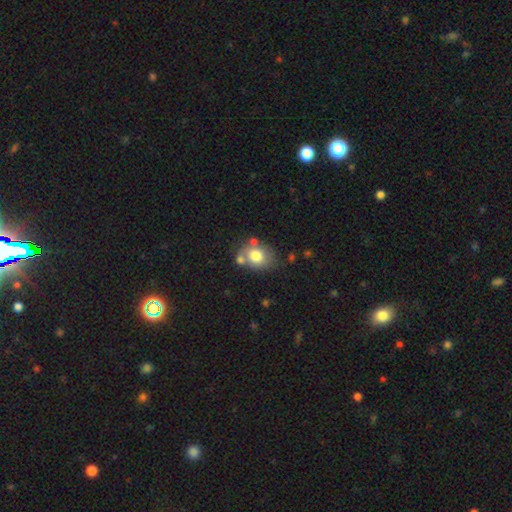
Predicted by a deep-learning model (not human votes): This appears to be a smooth galaxy with no disk features (73%) that is round (53%). Merging: none (56%).